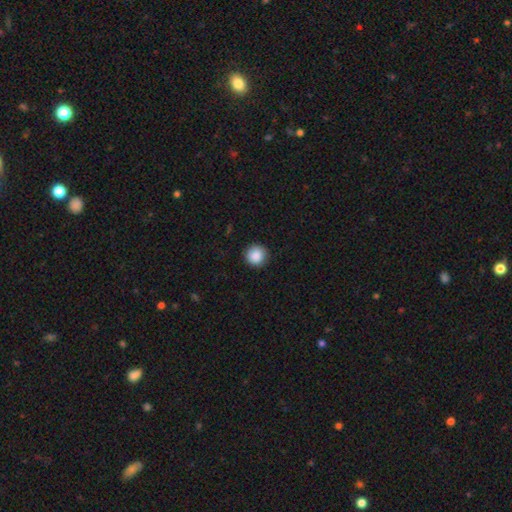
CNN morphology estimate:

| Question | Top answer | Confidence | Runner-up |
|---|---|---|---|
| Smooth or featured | smooth | 88% | star or artifact (9%) |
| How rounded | round | 94% | in between (5%) |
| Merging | none | 90% | minor disturbance (7%) |